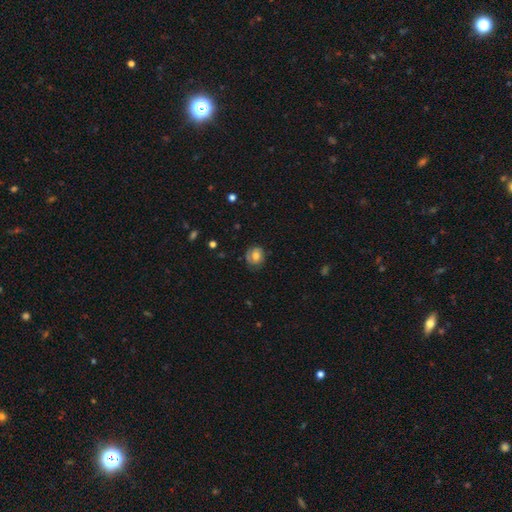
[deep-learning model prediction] This is possibly a smooth galaxy (57%). How rounded: likely round (69%). Merging: likely none (72%).